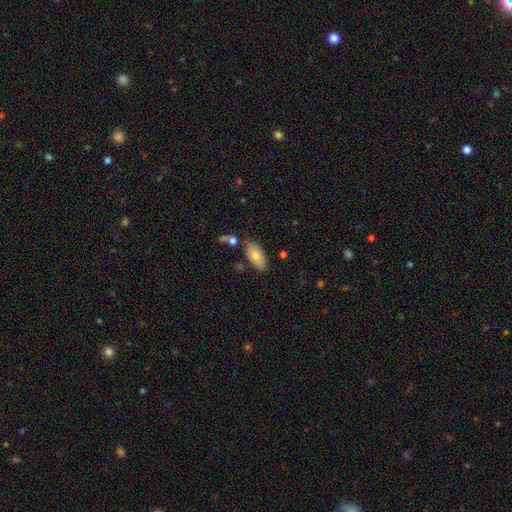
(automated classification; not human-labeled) Overall: smooth (77%). How rounded: in between (90%). Merging: none (74%).